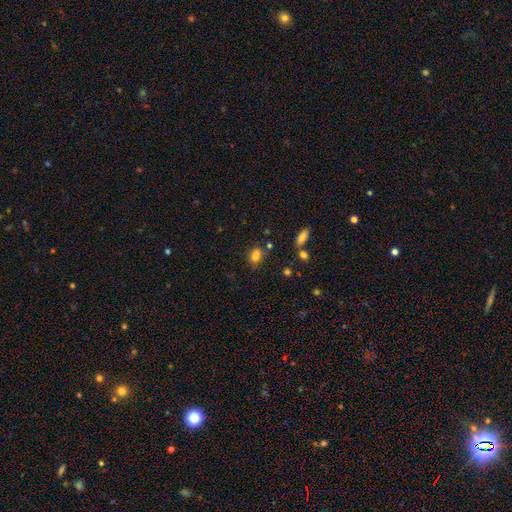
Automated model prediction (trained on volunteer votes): Smooth or featured? Predicted: smooth (p=0.83). How rounded? Predicted: in between (p=0.85). Merging? Predicted: none (p=0.74).